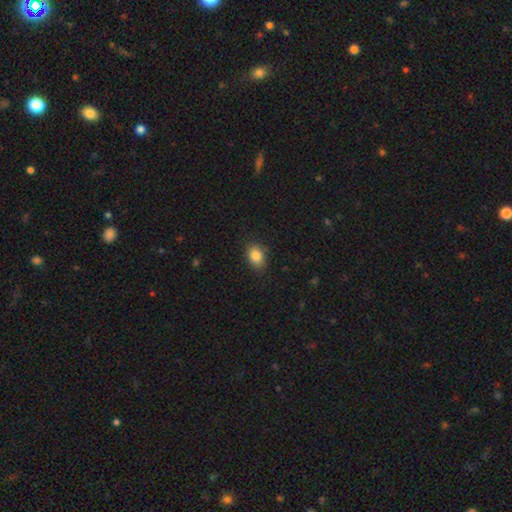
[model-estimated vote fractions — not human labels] smooth_or_featured: smooth (p=0.85) [alt: star or artifact p=0.09]
how_rounded: in between (p=0.75) [alt: round p=0.24]
merging: none (p=0.83) [alt: minor disturbance p=0.13]